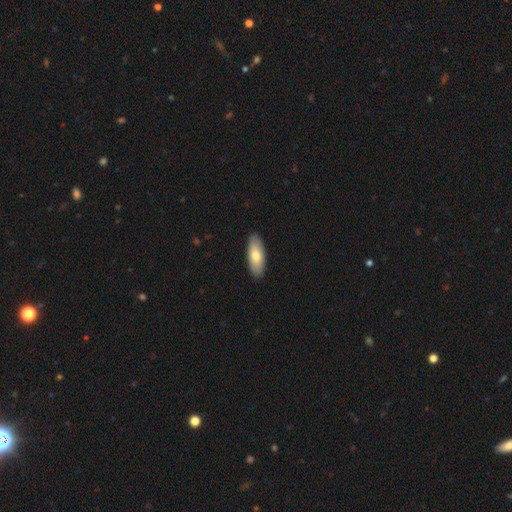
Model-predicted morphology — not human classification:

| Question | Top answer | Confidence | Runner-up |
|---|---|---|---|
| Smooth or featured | smooth | 74% | featured or disk (21%) |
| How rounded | in between | 79% | cigar-shaped (19%) |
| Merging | none | 90% | minor disturbance (8%) |